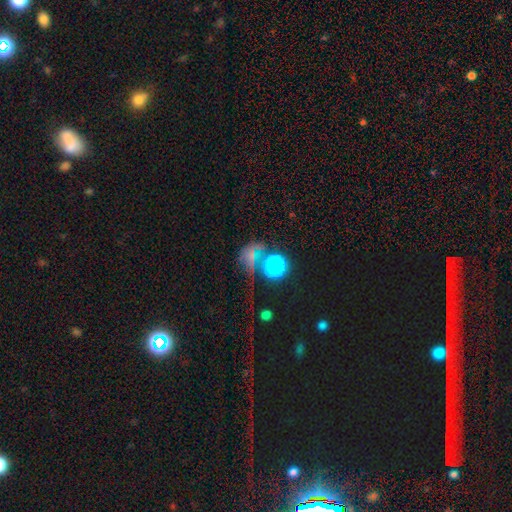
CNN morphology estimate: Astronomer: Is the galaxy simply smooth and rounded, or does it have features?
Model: smooth — 44% (runner-up: star or artifact, 43%).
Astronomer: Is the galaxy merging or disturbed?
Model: none — 50%.